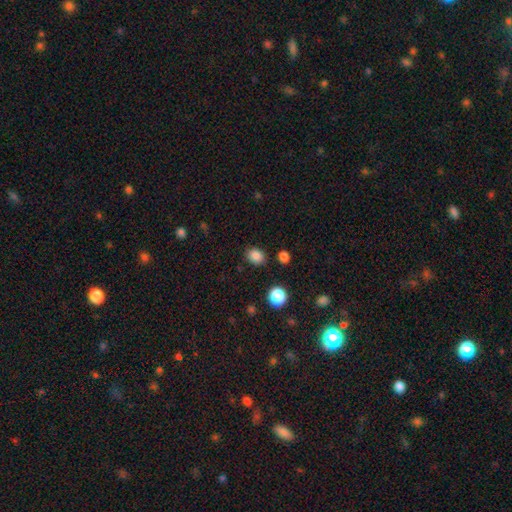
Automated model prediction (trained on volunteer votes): A smooth galaxy with no disk features (85%) that is round (55%). Merging: none (84%).